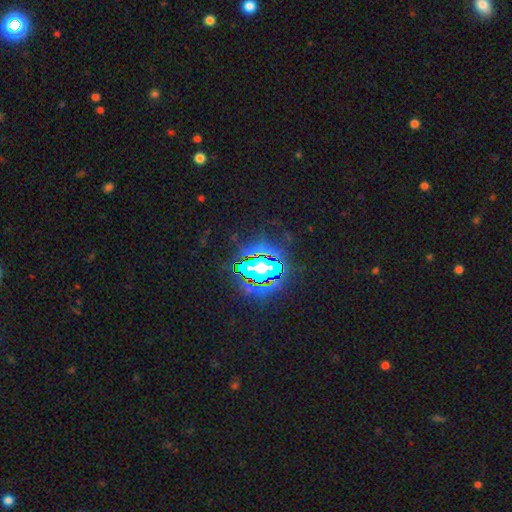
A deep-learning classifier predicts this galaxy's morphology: smooth_or_featured: star or artifact (p=0.77) [alt: smooth p=0.12]